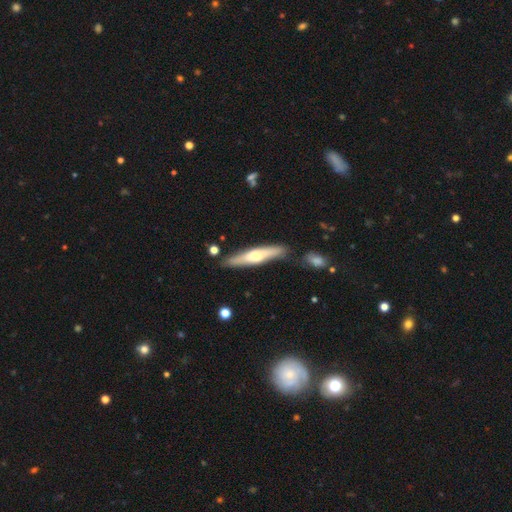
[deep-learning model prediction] Smooth or featured? featured or disk (52%)
Edge-on disk? yes (91%)
Merging? none (83%)